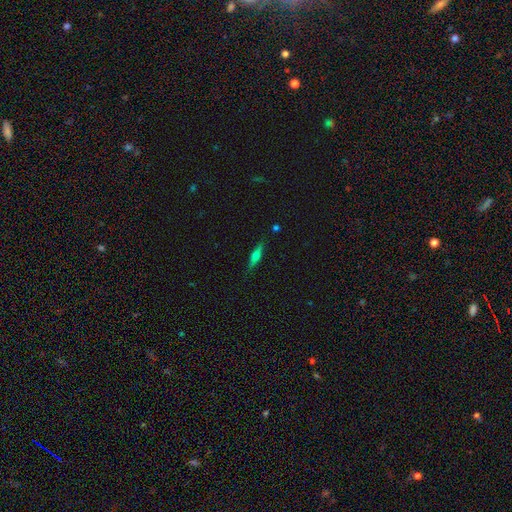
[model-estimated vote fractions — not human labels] A featured or disk galaxy (57%) viewed edge-on (95%) with a rounded central bulge (90%). Merging: none (87%).